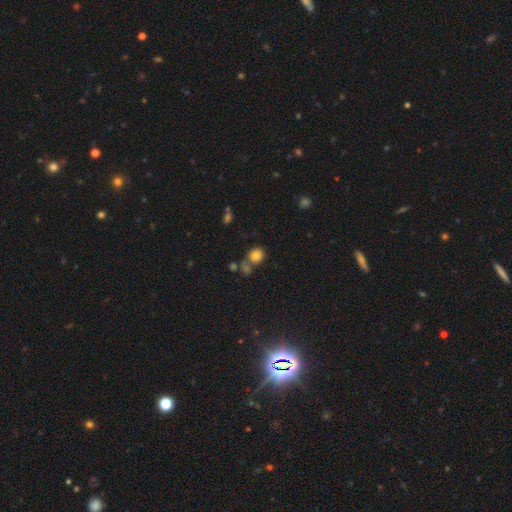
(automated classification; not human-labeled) A smooth galaxy with no disk features (80%) that is round (82%).

Vote fractions:
- Smooth or featured? smooth: 80% / star or artifact: 12% / featured or disk: 7%
- How rounded? round: 82% / in between: 17% / cigar-shaped: 1%
- Merging? none: 59% / merger: 25% / minor disturbance: 11% / major disturbance: 5%